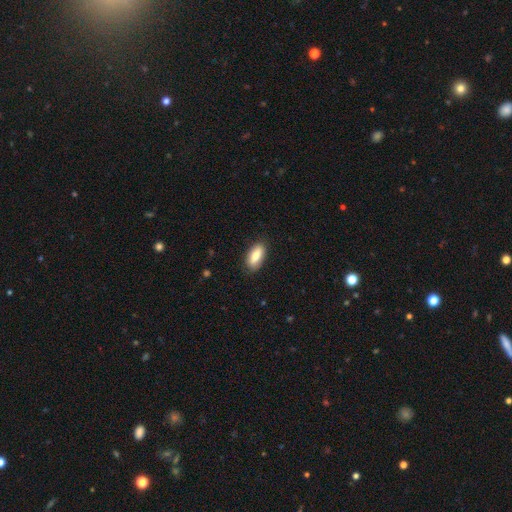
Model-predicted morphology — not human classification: type=smooth (77%); roundness=in between (86%); merging=none (84%).